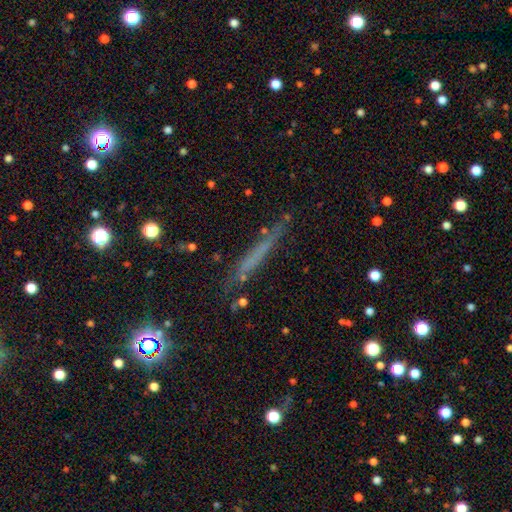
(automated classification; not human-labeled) The model was most divided on "smooth or featured": smooth: 47%, featured or disk: 38%, star or artifact: 15%. More confident: merging — none (73%).